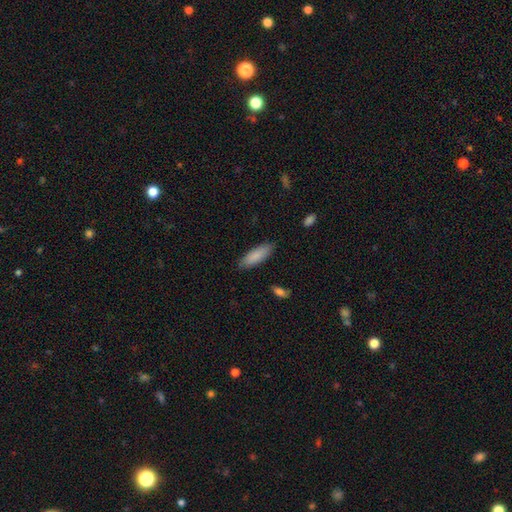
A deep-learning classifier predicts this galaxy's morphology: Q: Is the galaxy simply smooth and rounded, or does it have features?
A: smooth — 86%.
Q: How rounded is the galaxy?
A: in between — 57%.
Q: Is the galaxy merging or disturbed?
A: none — 85%.